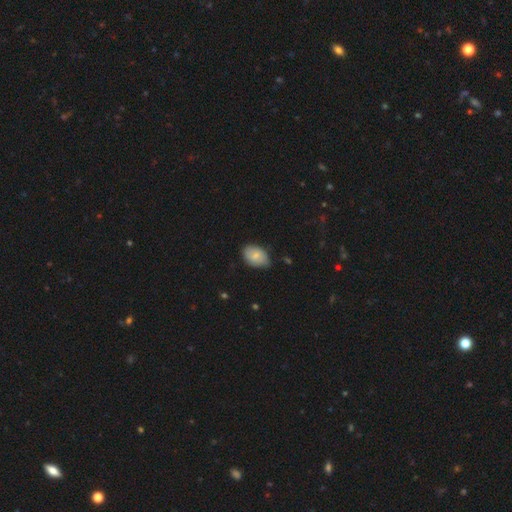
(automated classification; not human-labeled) Smooth or featured? smooth (75%)
How rounded? in between (86%)
Merging? none (68%)